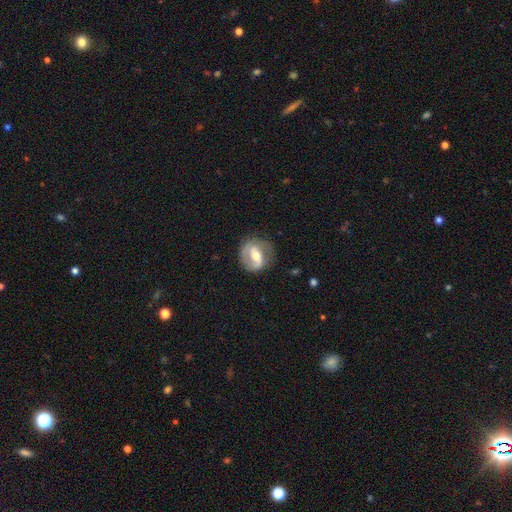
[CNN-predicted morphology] A featured or disk galaxy (70%) with a weak bar (40%), 2 (70%) medium (42%) spiral arms (78%) and a moderate central bulge (68%).

Vote fractions:
- Smooth or featured? featured or disk: 70% / smooth: 24% / star or artifact: 6%
- Edge-on disk? no: 96% / yes: 4%
- Bar? weak: 40% / strong: 39% / no: 20%
- Spiral arms? yes: 78% / no: 22%
- Spiral winding? medium: 42% / tight: 35% / loose: 22%
- Spiral arm count? 2: 70% / 1: 15% / can't tell: 11% / 3: 1% / 4: 1% / more than 4: 1%
- Bulge size? moderate: 68% / small: 23% / large: 7% / none: 1% / dominant: 1%
- Merging? none: 70% / minor disturbance: 20% / major disturbance: 9% / merger: 1%